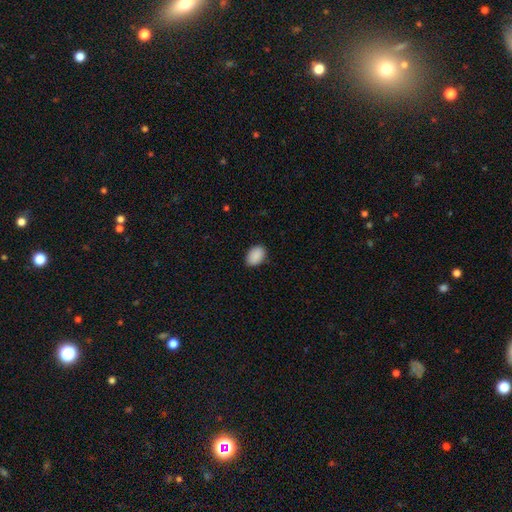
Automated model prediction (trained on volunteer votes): Smooth or featured?
  - smooth: 91% *
  - star or artifact: 7%
  - featured or disk: 3%
How rounded?
  - in between: 84% *
  - round: 15%
  - cigar-shaped: 1%
Merging?
  - none: 86% *
  - minor disturbance: 11%
  - major disturbance: 2%
  - merger: 1%